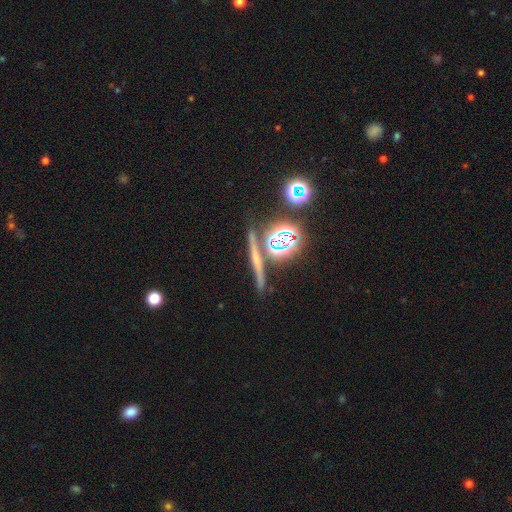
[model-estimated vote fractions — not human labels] This appears to be a featured or disk galaxy (38%). Merging: none (80%).